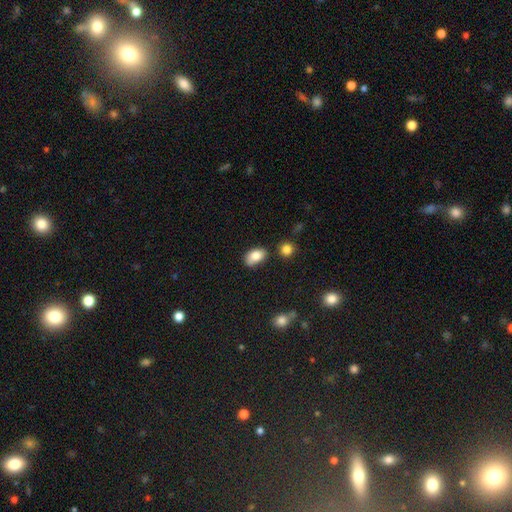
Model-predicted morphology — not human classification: Smooth or featured? Predicted: smooth (p=0.81). How rounded? Predicted: in between (p=0.86). Merging? Predicted: none (p=0.61).